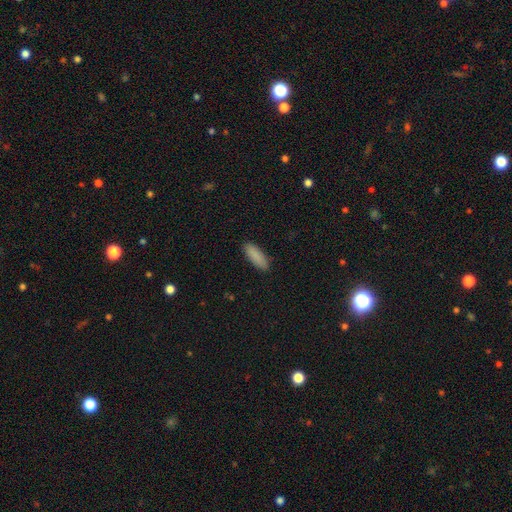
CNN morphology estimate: Overall: smooth (89%). How rounded: in between (62%; cigar-shaped 36%). Merging: none (89%).